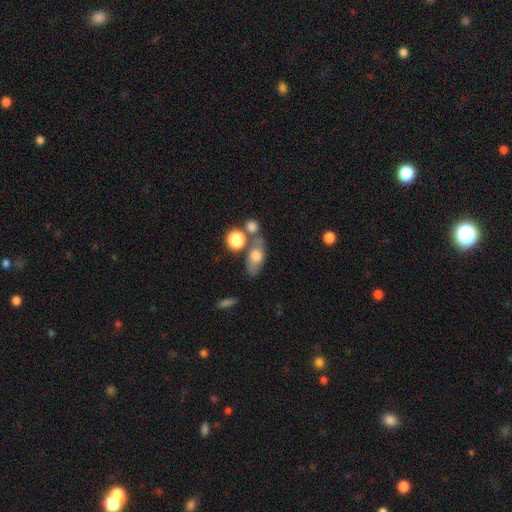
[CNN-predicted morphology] Smooth or featured: smooth — 59% (featured or disk — 32%)
How rounded: in between — 71% (round — 19%)
Merging: none — 55% (merger — 19%)